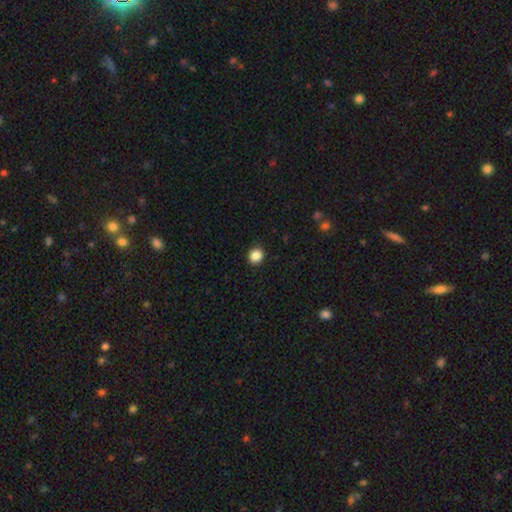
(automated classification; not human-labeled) A smooth galaxy with no disk features (87%) that is round (86%).

Vote fractions:
- Smooth or featured? smooth: 87% / star or artifact: 10% / featured or disk: 3%
- How rounded? round: 86% / in between: 13% / cigar-shaped: 1%
- Merging? none: 92% / minor disturbance: 5% / major disturbance: 2% / merger: 1%